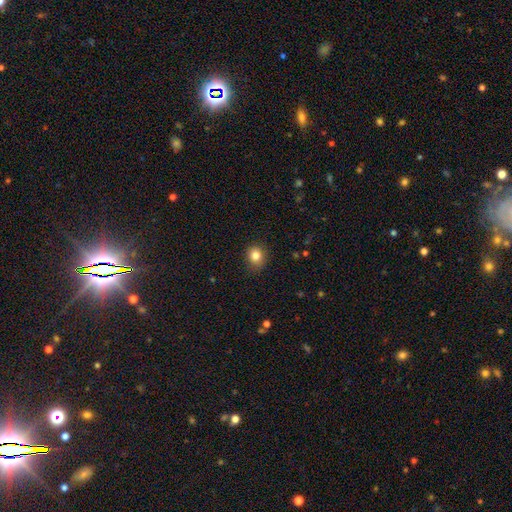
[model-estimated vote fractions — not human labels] This is clearly a smooth galaxy (83%). How rounded: likely round (70%). Merging: clearly none (82%).